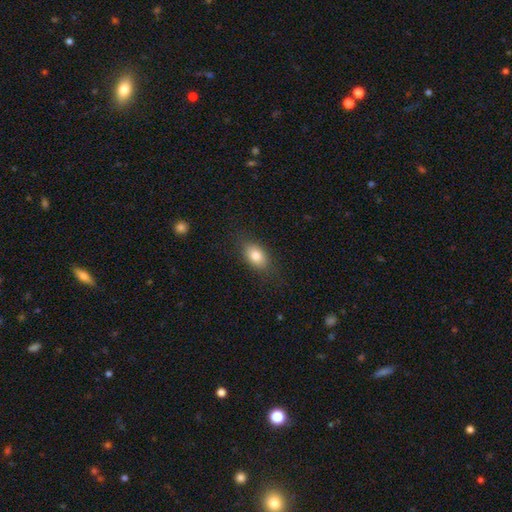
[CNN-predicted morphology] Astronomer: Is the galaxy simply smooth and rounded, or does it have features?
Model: smooth — 81%.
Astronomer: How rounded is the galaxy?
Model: in between — 85%.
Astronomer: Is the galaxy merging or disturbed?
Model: none — 81%.